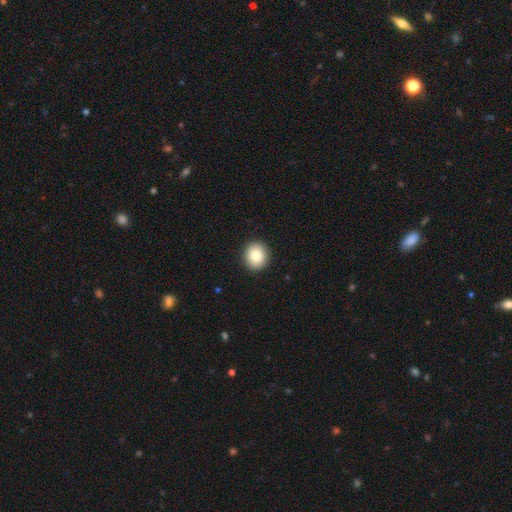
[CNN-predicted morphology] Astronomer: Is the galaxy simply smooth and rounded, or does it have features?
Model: smooth — 81%.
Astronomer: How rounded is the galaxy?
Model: round — 82%.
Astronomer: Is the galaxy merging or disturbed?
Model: none — 92%.